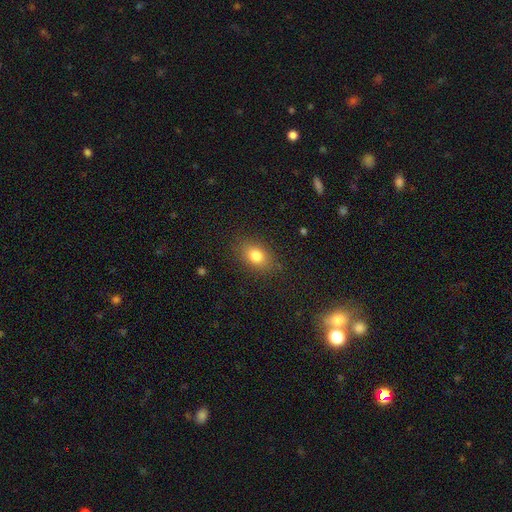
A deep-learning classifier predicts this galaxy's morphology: Overall: smooth (81%). How rounded: in between (74%). Merging: none (84%).